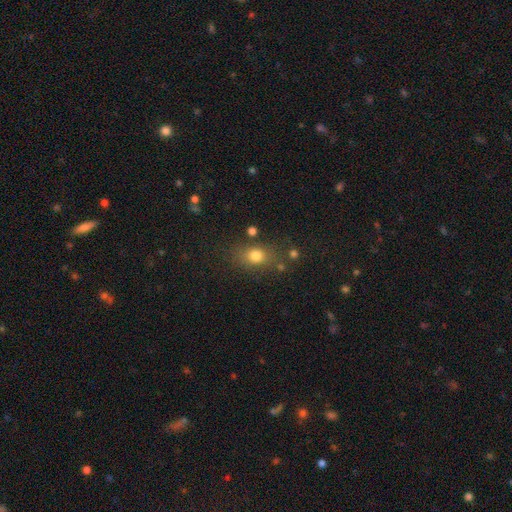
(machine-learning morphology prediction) Overall: smooth (77%). How rounded: in between (60%; round 38%). Merging: none (73%).